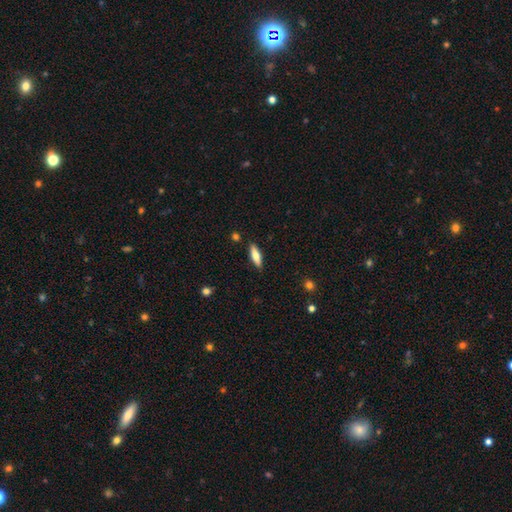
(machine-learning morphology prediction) Smooth or featured? smooth (63%)
How rounded? cigar-shaped (54%)
Merging? none (88%)